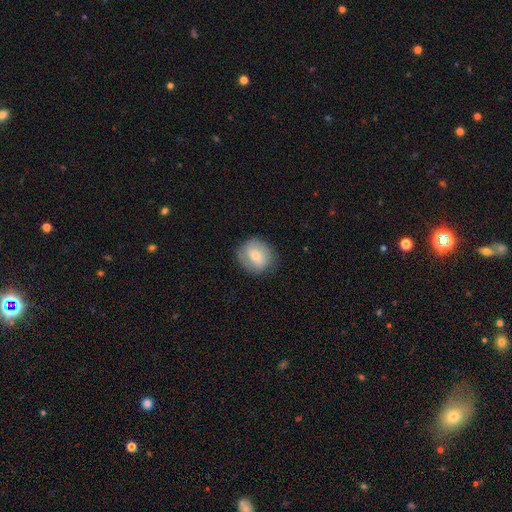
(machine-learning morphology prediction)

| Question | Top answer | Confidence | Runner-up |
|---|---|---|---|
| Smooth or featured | smooth | 58% | featured or disk (34%) |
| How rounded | round | 73% | in between (26%) |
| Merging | none | 78% | minor disturbance (16%) |